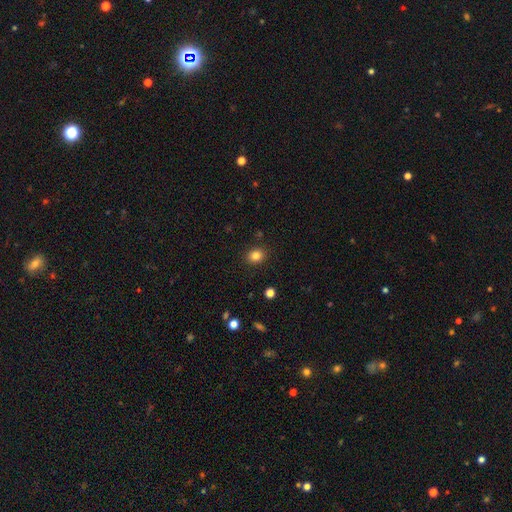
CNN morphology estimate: Overall: smooth (83%). How rounded: round (60%; in between 39%). Merging: none (89%).